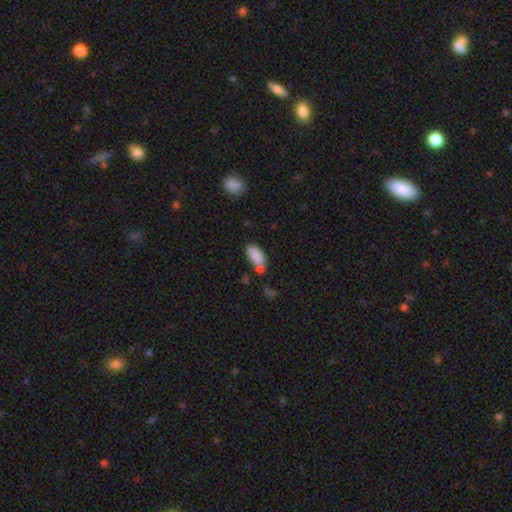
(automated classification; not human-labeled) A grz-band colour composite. It shows a smooth galaxy with no disk features (85%) that is in between round and cigar-shaped (90%). Merging: none (51%).